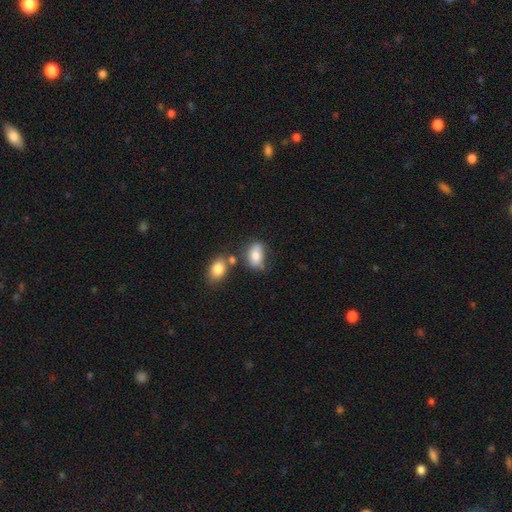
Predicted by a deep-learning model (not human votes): This appears to be a smooth galaxy with no disk features (80%) that is in between round and cigar-shaped (87%). Merging: none (54%).